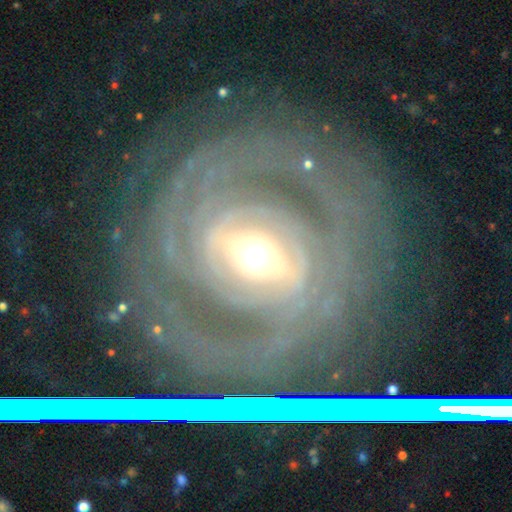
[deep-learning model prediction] Morphology: type=featured or disk (89%); edge-on=no (96%); bar=strong (37%); spiral arms=yes (90%); winding=tight (70%); arm count=can't tell (29%); bulge=moderate (61%); merging=none (74%).